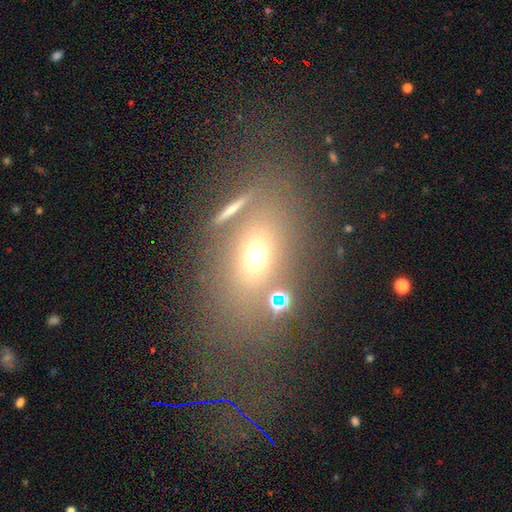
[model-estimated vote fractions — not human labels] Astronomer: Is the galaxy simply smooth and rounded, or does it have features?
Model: smooth — 57%.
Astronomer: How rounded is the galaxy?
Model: in between — 67%.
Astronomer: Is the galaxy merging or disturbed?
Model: none — 61%.